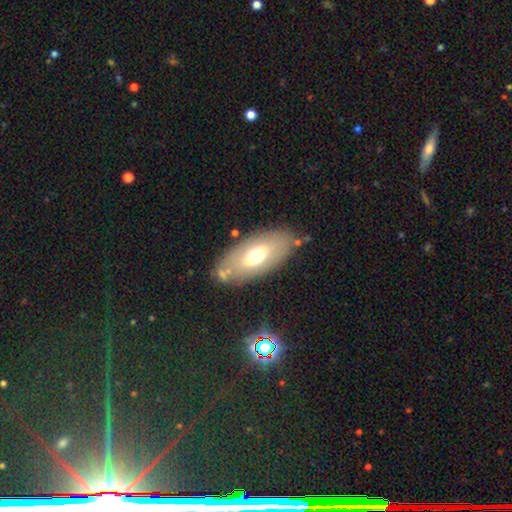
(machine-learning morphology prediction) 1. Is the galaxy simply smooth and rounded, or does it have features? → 59% smooth, 33% featured or disk, 8% star or artifact.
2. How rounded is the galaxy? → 89% in between, 7% cigar-shaped, 4% round.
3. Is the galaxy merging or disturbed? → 77% none, 13% minor disturbance, 5% major disturbance, 4% merger.